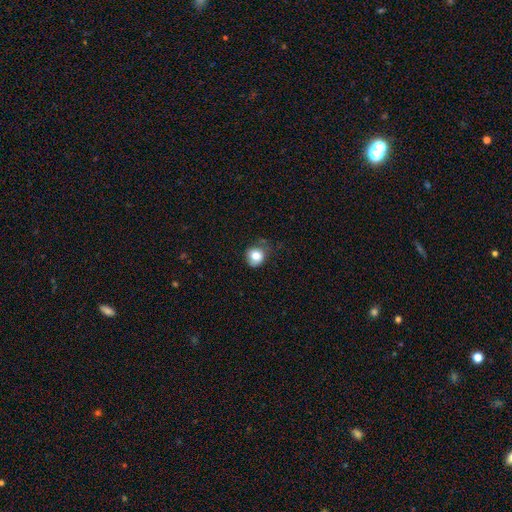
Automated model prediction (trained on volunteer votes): A smooth galaxy with no disk features (80%) that is round (84%). Merging: none (65%).